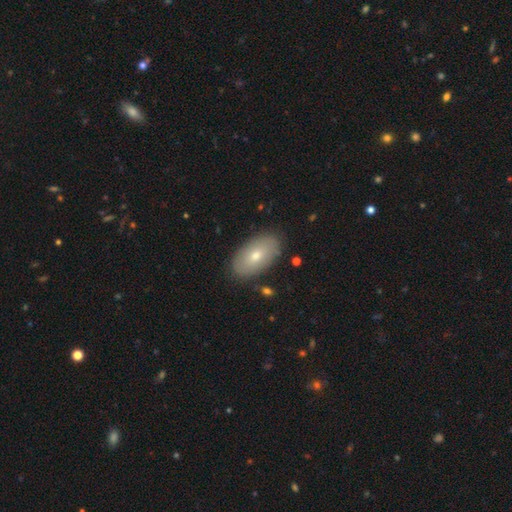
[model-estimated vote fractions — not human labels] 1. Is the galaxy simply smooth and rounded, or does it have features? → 68% smooth, 25% featured or disk, 7% star or artifact.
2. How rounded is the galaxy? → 94% in between, 4% round, 2% cigar-shaped.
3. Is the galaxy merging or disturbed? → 86% none, 10% minor disturbance, 2% major disturbance, 2% merger.